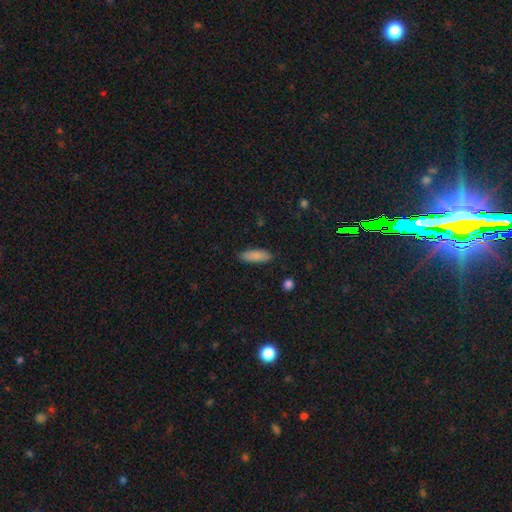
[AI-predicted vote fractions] smooth_or_featured: smooth (p=0.86) [alt: featured or disk p=0.07]
how_rounded: in between (p=0.63) [alt: cigar-shaped p=0.36]
merging: none (p=0.85) [alt: minor disturbance p=0.11]